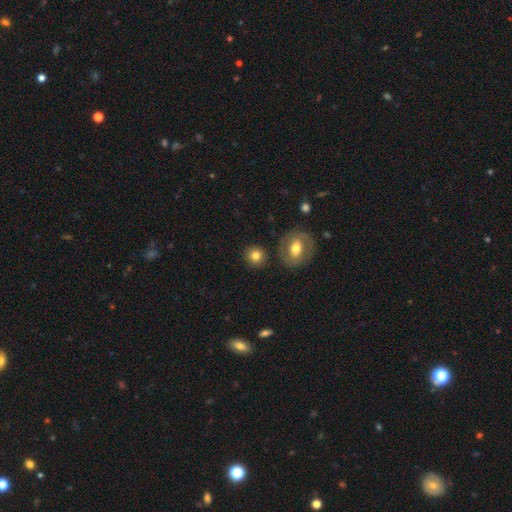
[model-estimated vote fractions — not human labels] Smooth or featured: smooth — 80% (featured or disk — 11%)
How rounded: round — 89% (in between — 10%)
Merging: none — 85% (minor disturbance — 8%)